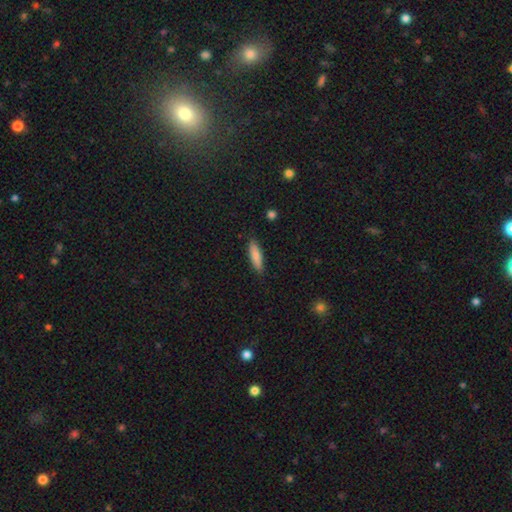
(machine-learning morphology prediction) A smooth galaxy with no disk features (82%) that is cigar-shaped (67%).

Vote fractions:
- Smooth or featured? smooth: 82% / featured or disk: 12% / star or artifact: 6%
- How rounded? cigar-shaped: 67% / in between: 32% / round: 2%
- Merging? none: 88% / minor disturbance: 9% / major disturbance: 2% / merger: 1%